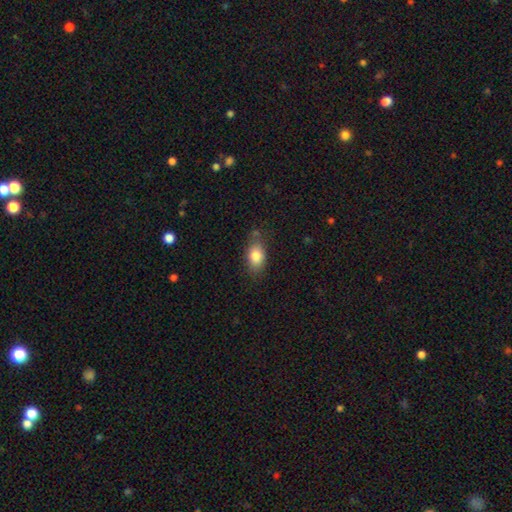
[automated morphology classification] Q: Smooth or featured?
A: smooth (82%); runner-up: featured or disk (10%)
Q: How rounded?
A: in between (85%); runner-up: round (12%)
Q: Merging?
A: none (72%); runner-up: minor disturbance (20%)